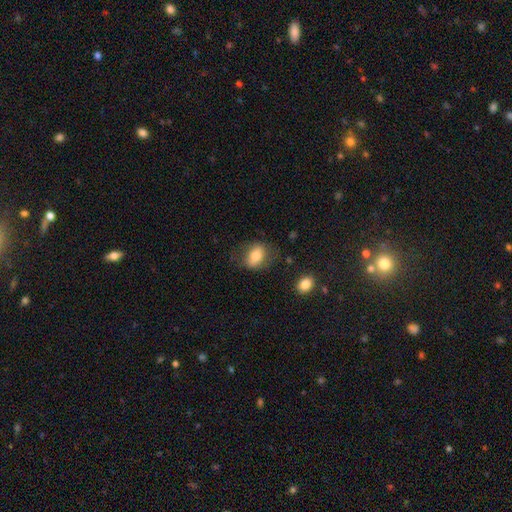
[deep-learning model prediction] A smooth galaxy with no disk features (75%) that is in between round and cigar-shaped (75%). Merging: none (69%).